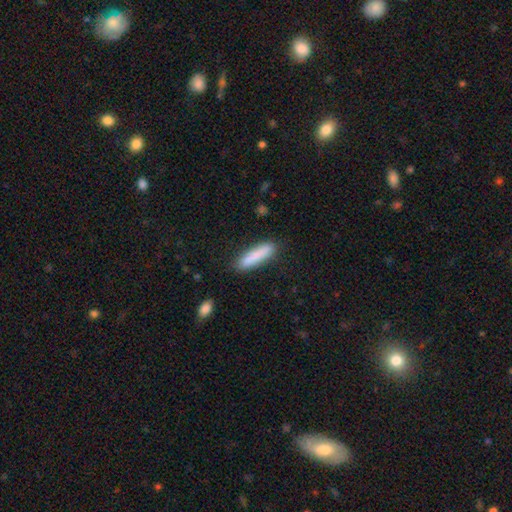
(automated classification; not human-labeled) Smooth or featured: smooth — 83% (featured or disk — 11%)
How rounded: cigar-shaped — 79% (in between — 19%)
Merging: none — 86% (minor disturbance — 10%)